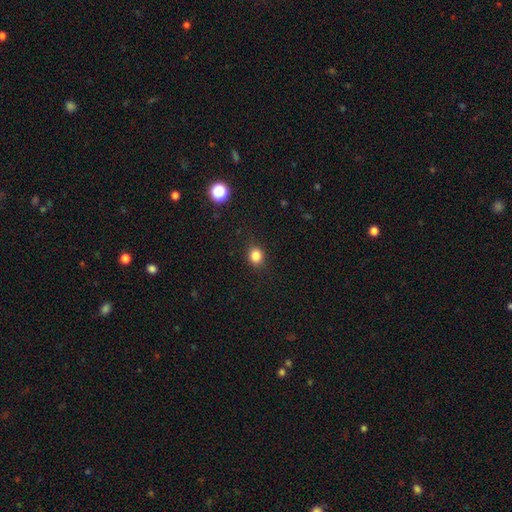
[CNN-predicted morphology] Smooth or featured? smooth (84%)
How rounded? round (70%)
Merging? none (87%)